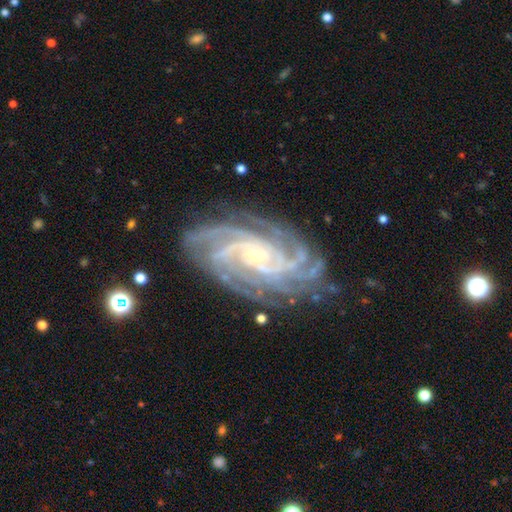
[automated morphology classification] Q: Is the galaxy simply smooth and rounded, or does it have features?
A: featured or disk — 92%.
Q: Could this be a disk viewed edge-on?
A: no — 96%.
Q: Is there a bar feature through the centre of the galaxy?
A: no — 64%.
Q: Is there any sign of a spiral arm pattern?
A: yes — 99%.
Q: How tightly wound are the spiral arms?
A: tight — 72%.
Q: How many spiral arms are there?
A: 4 — 30%.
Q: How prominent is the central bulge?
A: small — 79%.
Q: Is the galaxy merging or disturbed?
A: none — 79%.